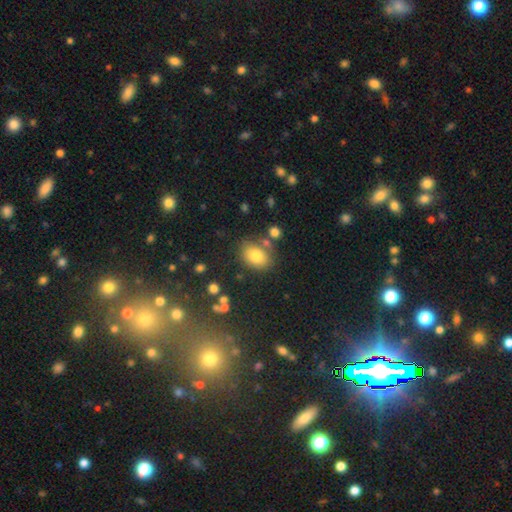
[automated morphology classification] type=smooth (80%); roundness=in between (69%); merging=none (70%).